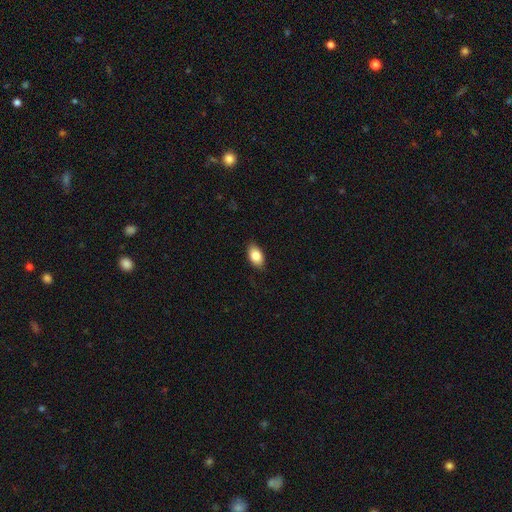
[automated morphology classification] Smooth or featured: smooth — 84% (featured or disk — 9%)
How rounded: in between — 91% (round — 7%)
Merging: none — 86% (minor disturbance — 11%)